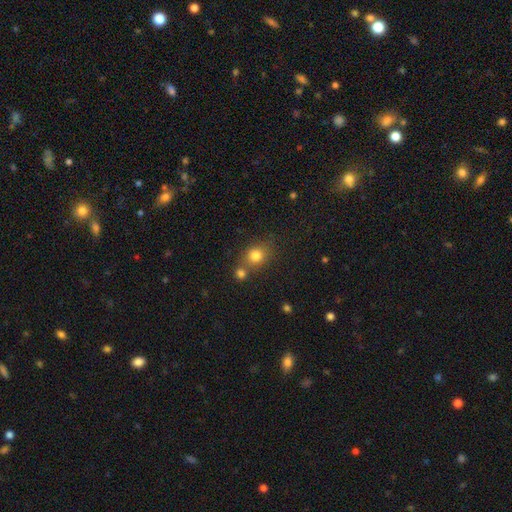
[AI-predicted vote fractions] smooth-or-featured: smooth: 80% | star or artifact: 12% | featured or disk: 8%
  how-rounded: round: 69% | in between: 30% | cigar-shaped: 1%
  merging: none: 55% | merger: 29% | minor disturbance: 12% | major disturbance: 4%